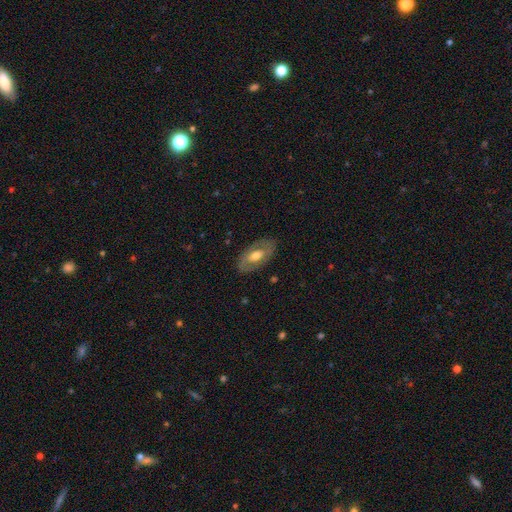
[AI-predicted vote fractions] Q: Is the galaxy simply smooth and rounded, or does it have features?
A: featured or disk — 54%.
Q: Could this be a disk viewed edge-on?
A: no — 88%.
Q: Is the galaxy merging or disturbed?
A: none — 81%.